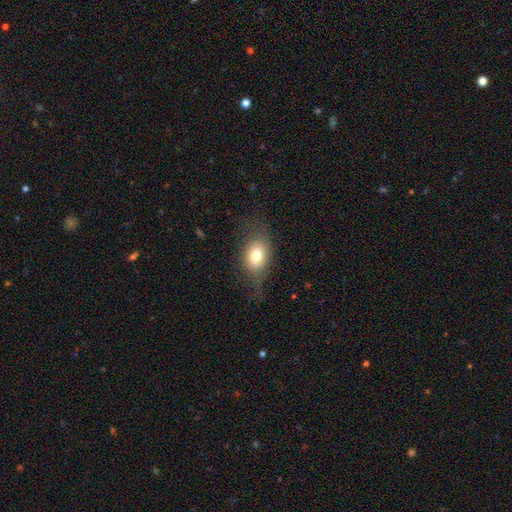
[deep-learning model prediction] This appears to be a smooth galaxy with no disk features (70%) that is in between round and cigar-shaped (71%). Merging: none (58%).